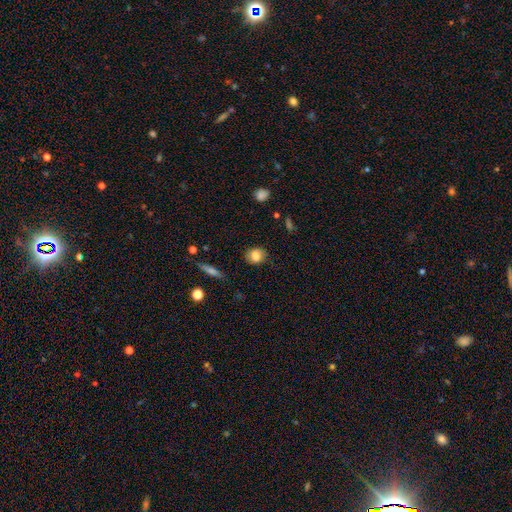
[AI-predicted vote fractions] smooth_or_featured: smooth (p=0.79) [alt: featured or disk p=0.12]
how_rounded: round (p=0.60) [alt: in between p=0.38]
merging: none (p=0.83) [alt: minor disturbance p=0.13]